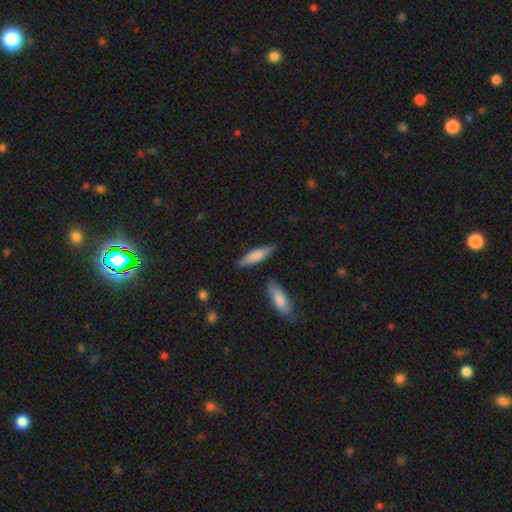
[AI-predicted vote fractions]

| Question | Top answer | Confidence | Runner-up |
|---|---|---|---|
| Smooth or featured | smooth | 75% | featured or disk (19%) |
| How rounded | cigar-shaped | 65% | in between (33%) |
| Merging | none | 80% | minor disturbance (13%) |